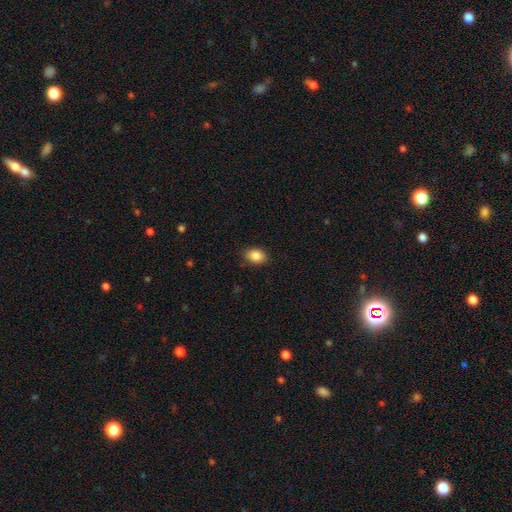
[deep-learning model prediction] Smooth or featured? smooth (87%)
How rounded? in between (77%)
Merging? none (86%)